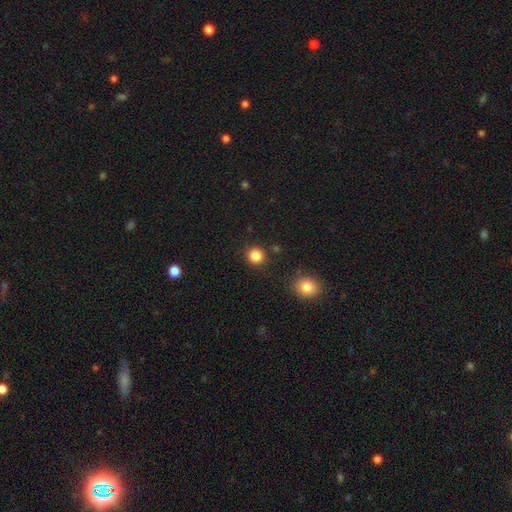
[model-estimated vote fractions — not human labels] smooth_or_featured: smooth (p=0.85) [alt: star or artifact p=0.11]
how_rounded: round (p=0.92) [alt: in between p=0.07]
merging: none (p=0.89) [alt: minor disturbance p=0.06]